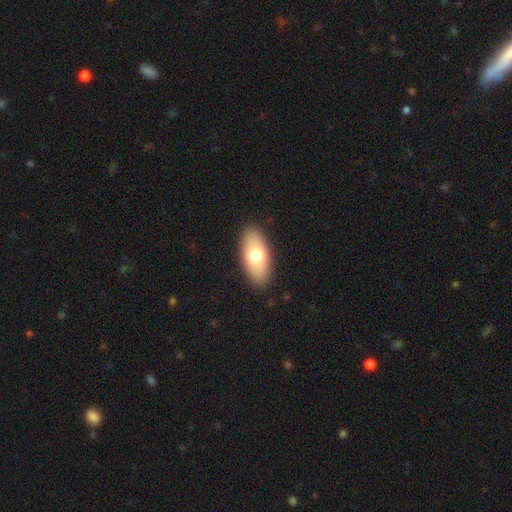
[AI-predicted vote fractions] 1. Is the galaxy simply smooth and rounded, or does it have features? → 69% smooth, 24% featured or disk, 7% star or artifact.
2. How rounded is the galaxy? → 89% in between, 7% cigar-shaped, 4% round.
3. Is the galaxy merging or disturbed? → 88% none, 9% minor disturbance, 3% major disturbance, 1% merger.